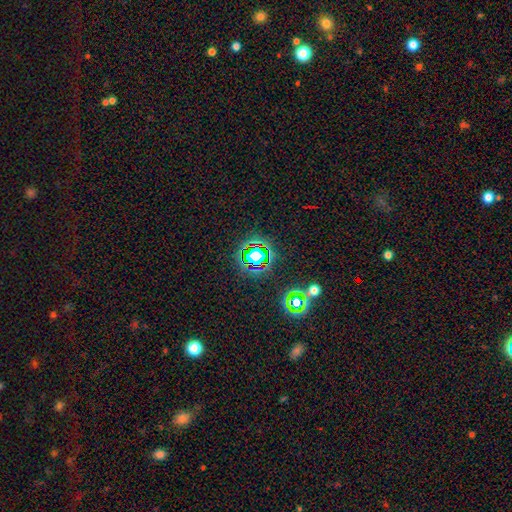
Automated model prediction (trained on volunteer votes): Smooth or featured? Predicted: star or artifact (p=0.66).